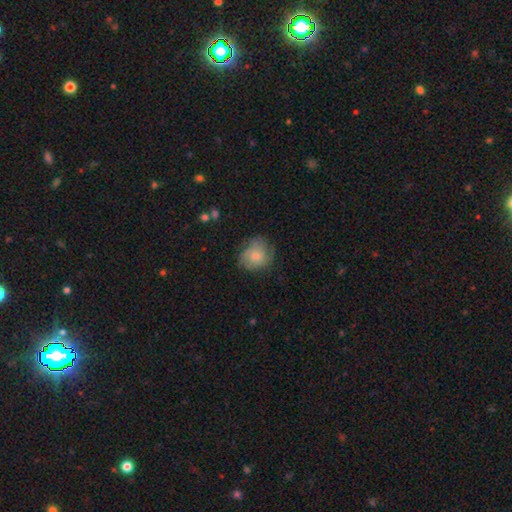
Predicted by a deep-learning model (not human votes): Overall: smooth (61%; featured or disk 30%). How rounded: round (74%). Merging: none (65%).